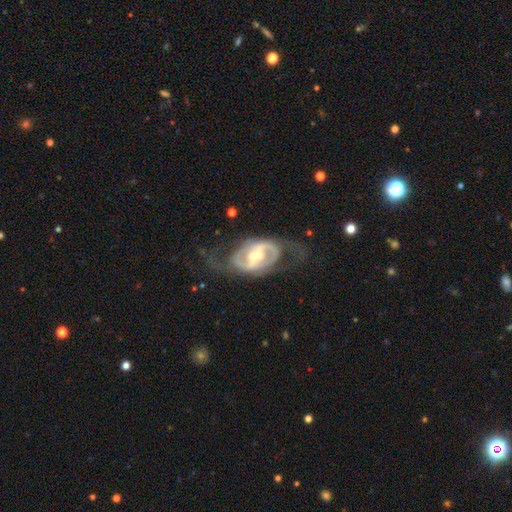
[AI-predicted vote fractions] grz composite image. It shows a featured or disk galaxy (83%) with a strong bar (43%), 2 (79%) medium (45%) spiral arms (80%) and a moderate central bulge (57%). Merging: none (55%).